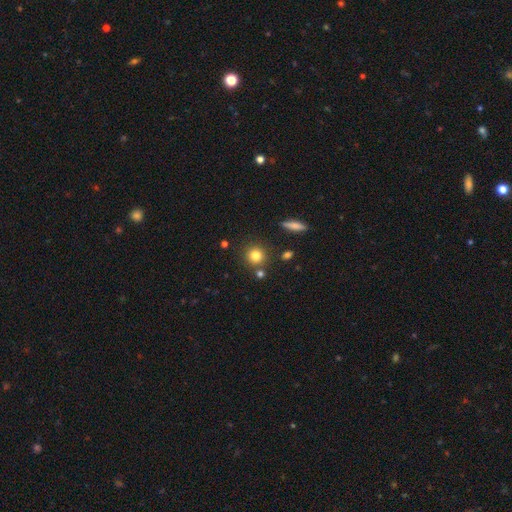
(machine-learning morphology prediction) Smooth or featured?
  - smooth: 80% *
  - star or artifact: 12%
  - featured or disk: 8%
How rounded?
  - round: 90% *
  - in between: 9%
  - cigar-shaped: 1%
Merging?
  - none: 81% *
  - minor disturbance: 8%
  - merger: 8%
  - major disturbance: 3%